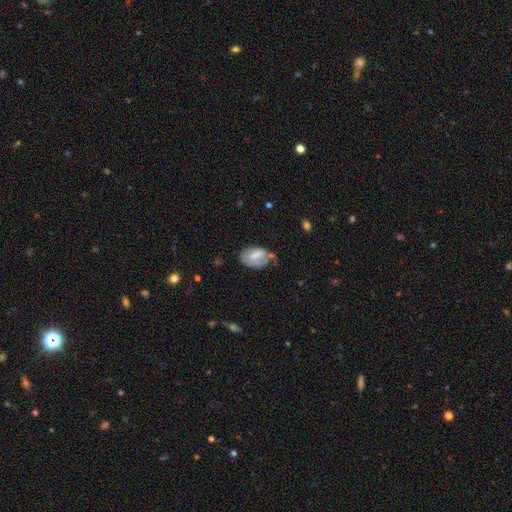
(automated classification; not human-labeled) A smooth galaxy with no disk features (67%) that is in between round and cigar-shaped (90%).

Vote fractions:
- Smooth or featured? smooth: 67% / featured or disk: 26% / star or artifact: 7%
- How rounded? in between: 90% / round: 8% / cigar-shaped: 2%
- Merging? none: 42% / minor disturbance: 37% / major disturbance: 16% / merger: 5%